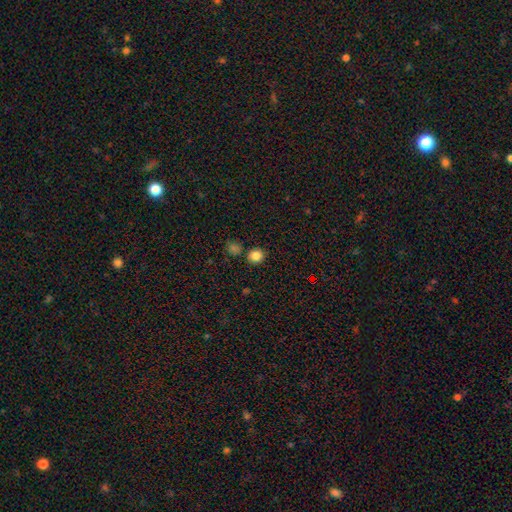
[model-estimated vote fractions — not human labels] Smooth or featured? smooth (84%)
How rounded? round (87%)
Merging? none (84%)